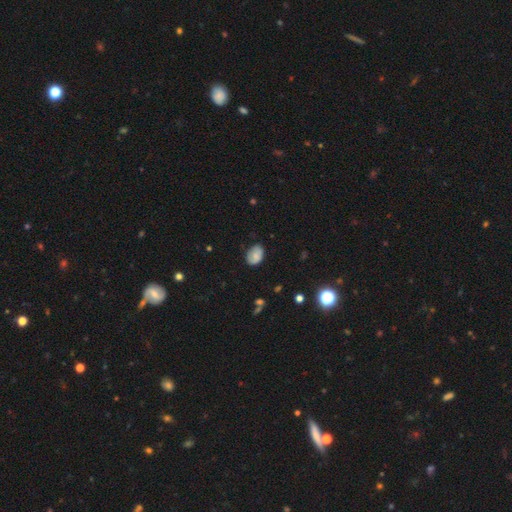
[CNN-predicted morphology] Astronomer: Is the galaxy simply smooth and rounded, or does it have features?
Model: smooth — 75%.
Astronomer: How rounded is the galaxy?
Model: in between — 77%.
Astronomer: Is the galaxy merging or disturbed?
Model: none — 70%.